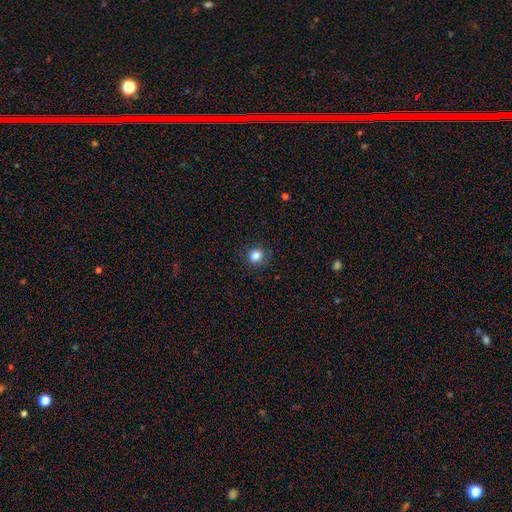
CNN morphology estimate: Smooth or featured?
  - smooth: 83% *
  - star or artifact: 12%
  - featured or disk: 5%
How rounded?
  - round: 88% *
  - in between: 11%
  - cigar-shaped: 1%
Merging?
  - none: 88% *
  - minor disturbance: 8%
  - major disturbance: 3%
  - merger: 1%